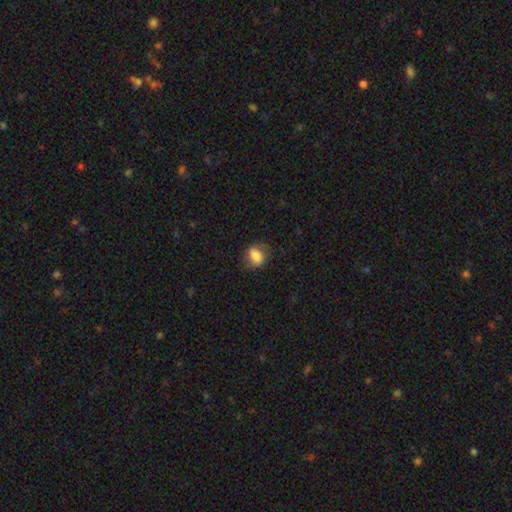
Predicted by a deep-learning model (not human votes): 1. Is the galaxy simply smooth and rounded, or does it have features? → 79% smooth, 13% featured or disk, 8% star or artifact.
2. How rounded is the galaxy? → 58% in between, 40% round, 2% cigar-shaped.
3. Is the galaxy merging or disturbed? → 74% none, 19% minor disturbance, 7% major disturbance, 1% merger.